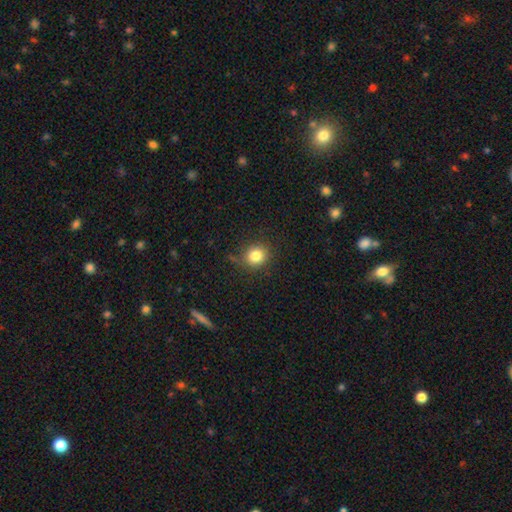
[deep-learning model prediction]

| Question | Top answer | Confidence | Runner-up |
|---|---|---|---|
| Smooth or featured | smooth | 82% | star or artifact (12%) |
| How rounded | round | 85% | in between (14%) |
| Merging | none | 81% | minor disturbance (13%) |